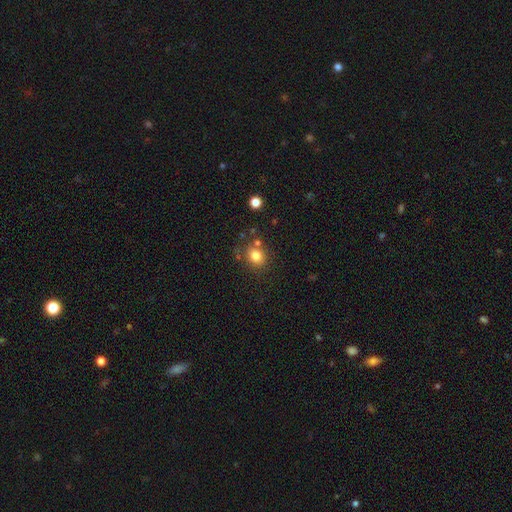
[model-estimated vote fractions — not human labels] This appears to be a smooth galaxy with no disk features (79%) that is round (70%). Merging: none (72%).